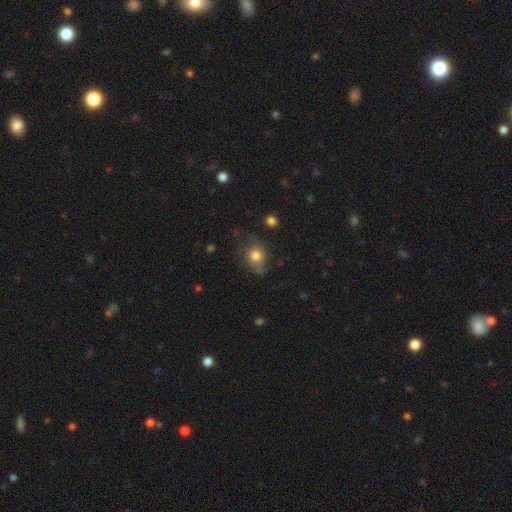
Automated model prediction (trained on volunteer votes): A smooth galaxy with no disk features (73%) that is round (57%). Merging: none (52%).